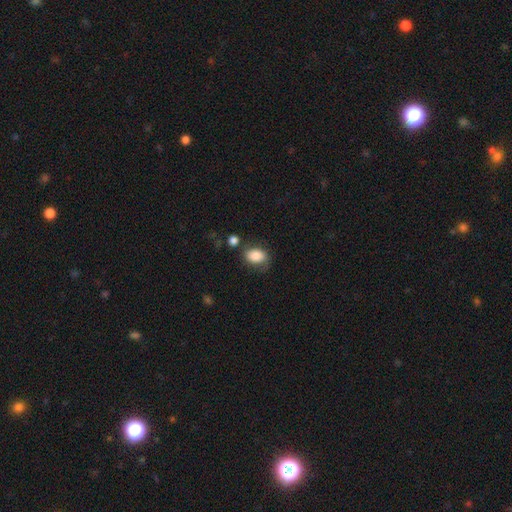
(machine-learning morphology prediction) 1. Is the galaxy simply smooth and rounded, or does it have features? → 79% smooth, 13% featured or disk, 8% star or artifact.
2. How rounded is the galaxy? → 78% in between, 21% round, 1% cigar-shaped.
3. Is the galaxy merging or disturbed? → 56% none, 25% minor disturbance, 11% major disturbance, 8% merger.